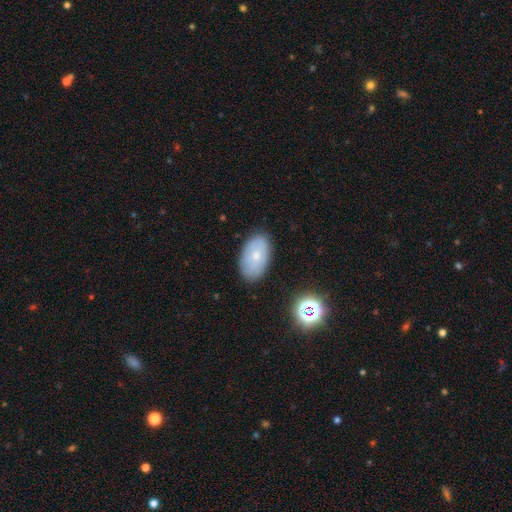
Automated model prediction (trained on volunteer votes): smooth 65%, featured or disk 26%, star or artifact 9%. Down the decision tree: how rounded — in between (92%); merging — none (83%).